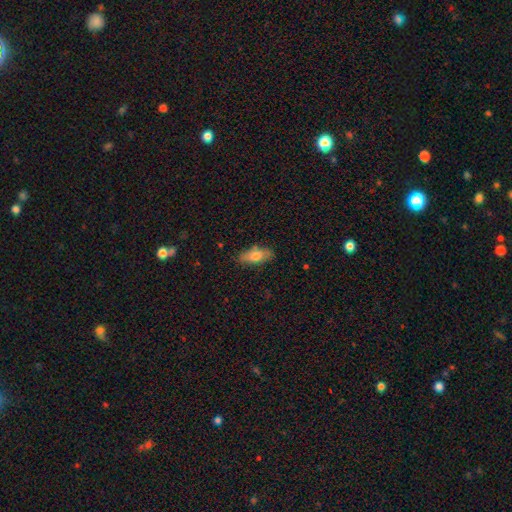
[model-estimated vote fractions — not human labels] smooth-or-featured: smooth: 72% | featured or disk: 21% | star or artifact: 7%
  how-rounded: in between: 79% | cigar-shaped: 18% | round: 3%
  merging: none: 80% | minor disturbance: 16% | major disturbance: 3% | merger: 2%